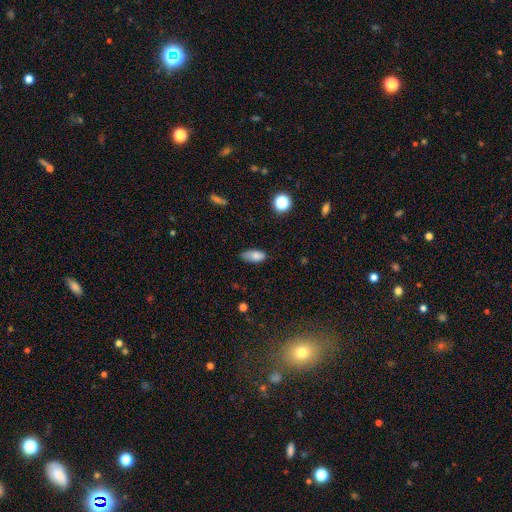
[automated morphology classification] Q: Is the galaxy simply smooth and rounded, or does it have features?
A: smooth — 82%.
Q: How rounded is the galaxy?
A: in between — 88%.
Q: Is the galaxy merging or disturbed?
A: none — 63%.